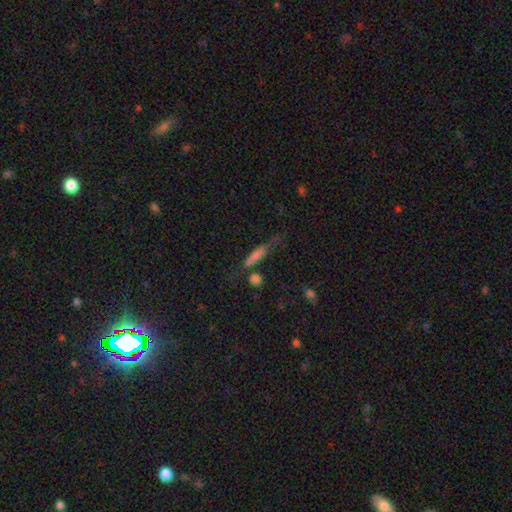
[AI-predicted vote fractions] Overall: smooth (58%; featured or disk 30%). How rounded: cigar-shaped (83%). Merging: none (58%; minor disturbance 21%).